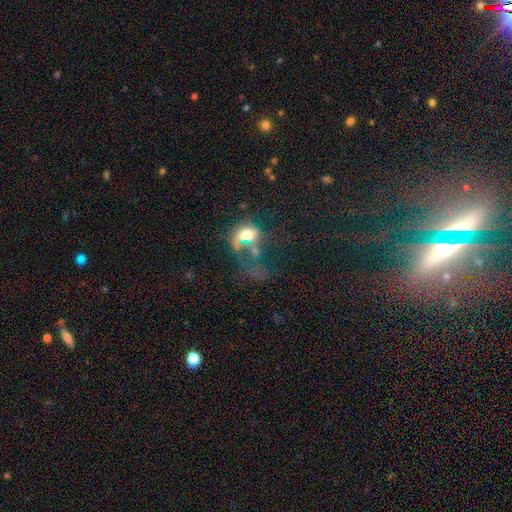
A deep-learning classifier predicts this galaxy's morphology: The model was most divided on "merging": major disturbance: 43%, merger: 29%, none: 17%, minor disturbance: 11%. Remaining: smooth or featured — smooth (49%).